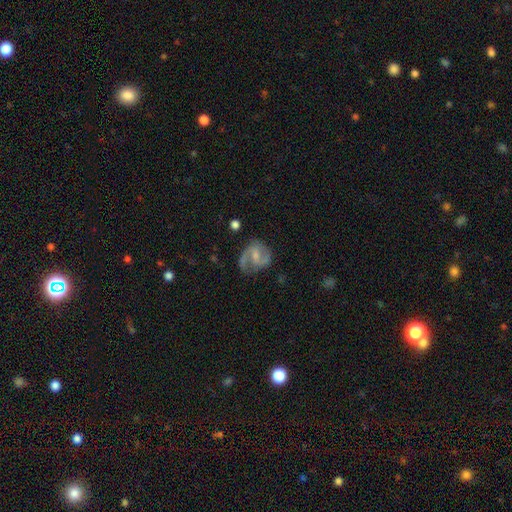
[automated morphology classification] A featured or disk galaxy (78%) with a weak bar (53%), 2 (83%) medium (54%) spiral arms (93%) and a small central bulge (45%). Merging: none (64%).